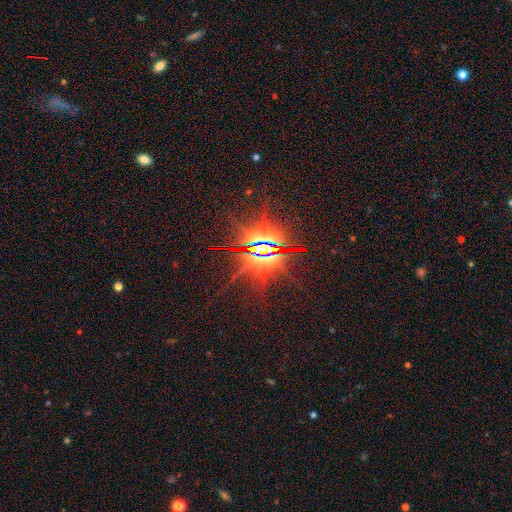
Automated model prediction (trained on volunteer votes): Smooth or featured?
  - star or artifact: 82% *
  - featured or disk: 12%
  - smooth: 6%